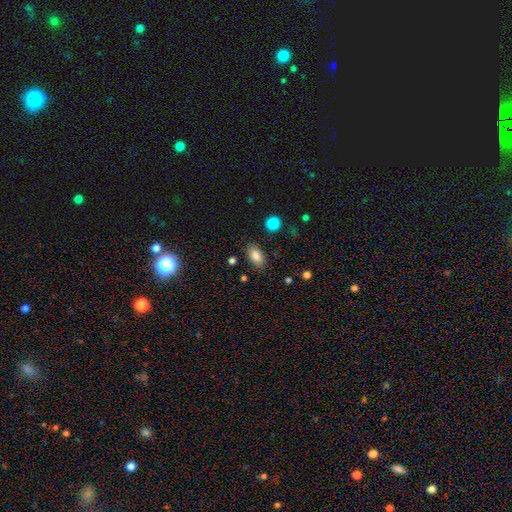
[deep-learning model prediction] smooth 84%, star or artifact 9%, featured or disk 7%. Down the decision tree: how rounded — in between (89%); merging — none (82%).